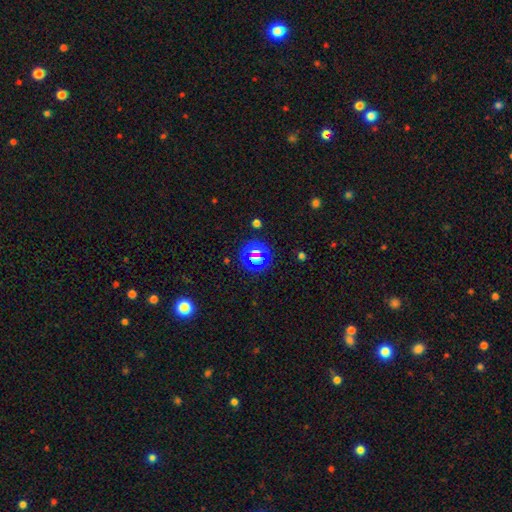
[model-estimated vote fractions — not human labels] This is possibly a star or artifact rather than a galaxy (60%).